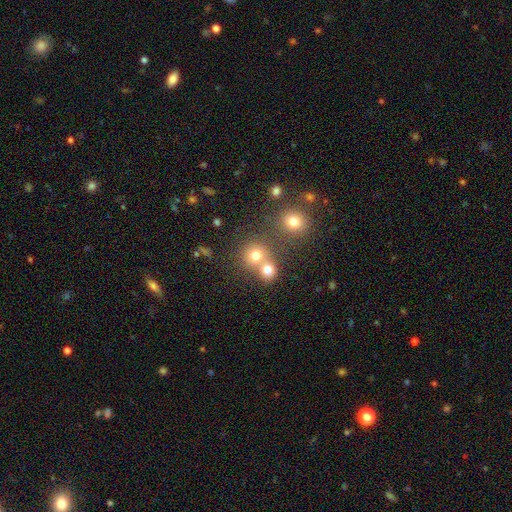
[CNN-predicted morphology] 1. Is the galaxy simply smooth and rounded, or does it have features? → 75% smooth, 16% star or artifact, 9% featured or disk.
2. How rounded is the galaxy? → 86% round, 13% in between, 1% cigar-shaped.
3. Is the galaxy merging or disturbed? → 52% none, 38% merger, 7% minor disturbance, 4% major disturbance.